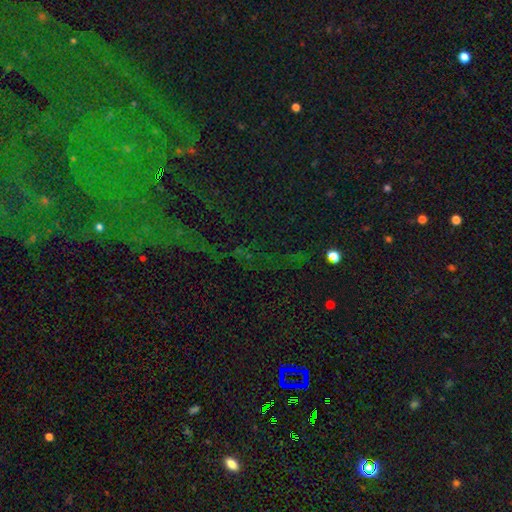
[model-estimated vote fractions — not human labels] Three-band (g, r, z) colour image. It shows a star or artifact, not a galaxy (79%).